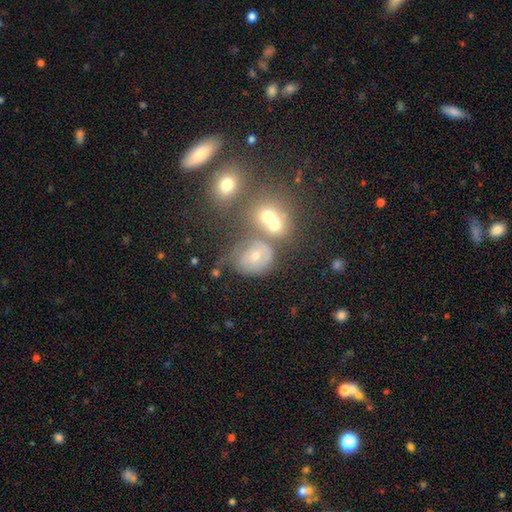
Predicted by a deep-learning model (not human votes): Smooth or featured: smooth — 47% (featured or disk — 40%)
Merging: none — 44% (merger — 26%)